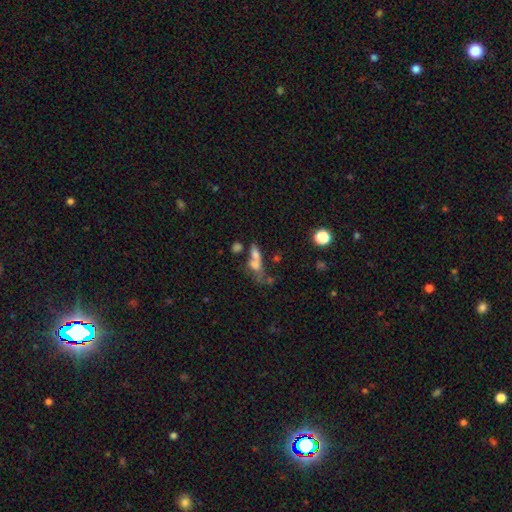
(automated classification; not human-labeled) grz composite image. It shows a smooth galaxy with no disk features (57%) that is in between round and cigar-shaped (55%). Merging: merger (50%).